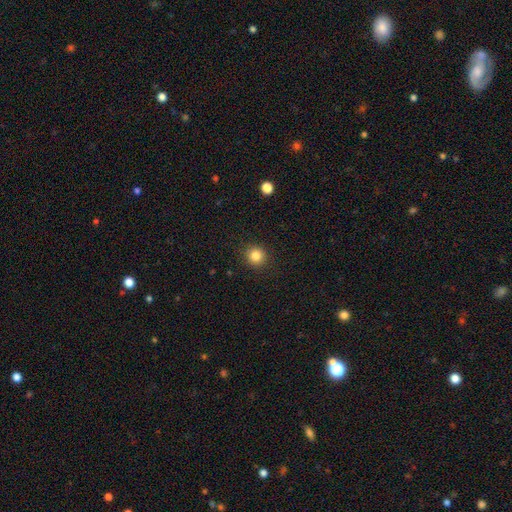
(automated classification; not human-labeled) This appears to be a smooth galaxy with no disk features (84%) that is round (93%). Merging: none (91%).